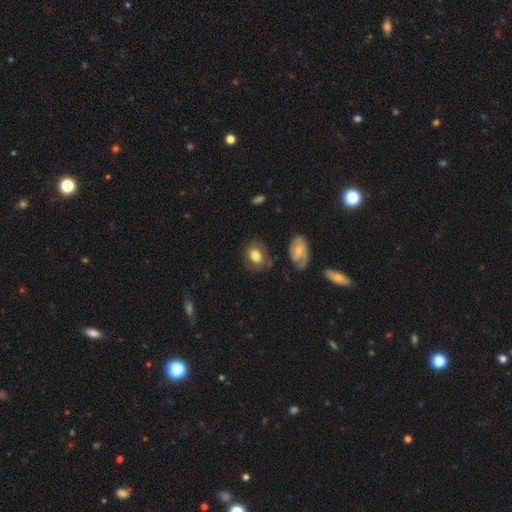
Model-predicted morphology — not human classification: A smooth galaxy with no disk features (68%) that is in between round and cigar-shaped (58%). Merging: none (68%).